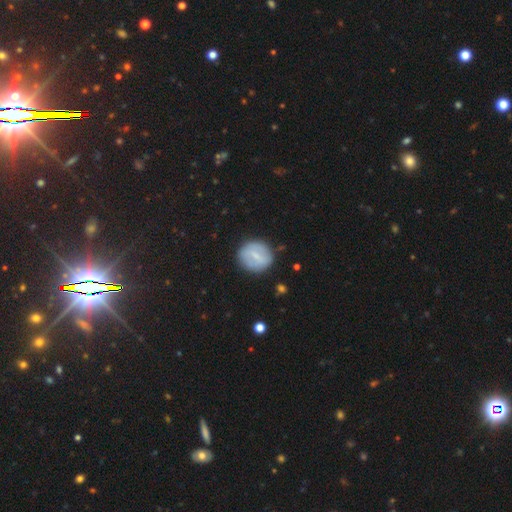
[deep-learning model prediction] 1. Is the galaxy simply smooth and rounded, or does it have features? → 56% smooth, 37% featured or disk, 7% star or artifact.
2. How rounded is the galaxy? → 85% round, 13% in between, 1% cigar-shaped.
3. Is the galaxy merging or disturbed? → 84% none, 11% minor disturbance, 4% major disturbance, 2% merger.